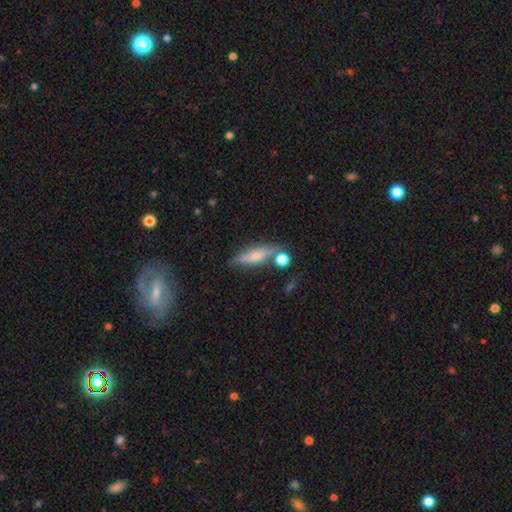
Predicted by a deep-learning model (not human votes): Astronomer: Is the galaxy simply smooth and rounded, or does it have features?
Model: featured or disk — 48% (runner-up: smooth, 43%).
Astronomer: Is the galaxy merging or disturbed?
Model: none — 72%.